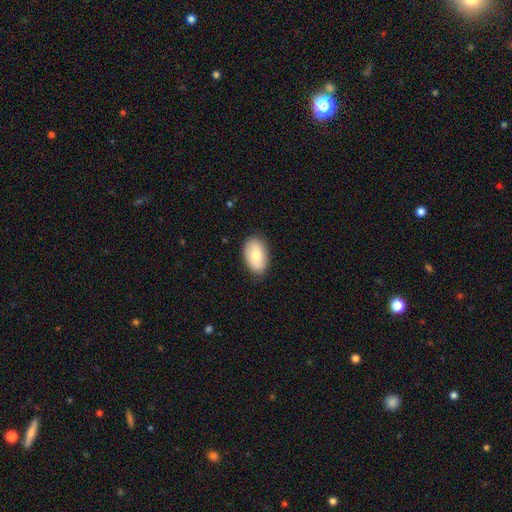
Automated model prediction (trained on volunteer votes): smooth 67%, featured or disk 27%, star or artifact 6%. Down the decision tree: how rounded — in between (92%); merging — none (85%).